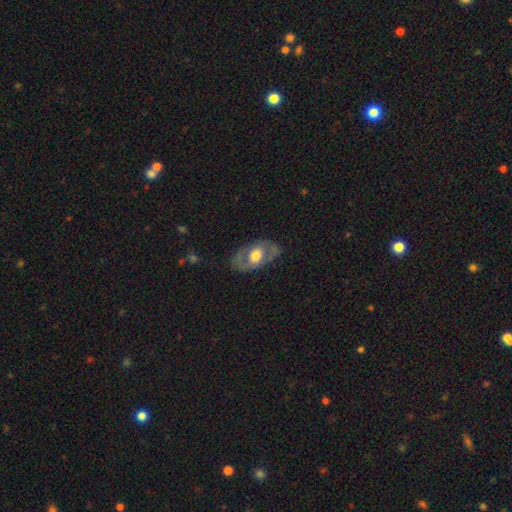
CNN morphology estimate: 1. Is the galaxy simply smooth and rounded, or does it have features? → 62% featured or disk, 33% smooth, 5% star or artifact.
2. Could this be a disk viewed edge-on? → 90% no, 10% yes.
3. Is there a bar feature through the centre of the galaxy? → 71% no, 22% weak, 7% strong.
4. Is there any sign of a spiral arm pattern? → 58% no, 42% yes.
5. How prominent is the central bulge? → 50% moderate, 43% large, 4% small, 3% dominant, 1% none.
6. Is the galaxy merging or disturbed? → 76% none, 16% minor disturbance, 7% major disturbance, 1% merger.